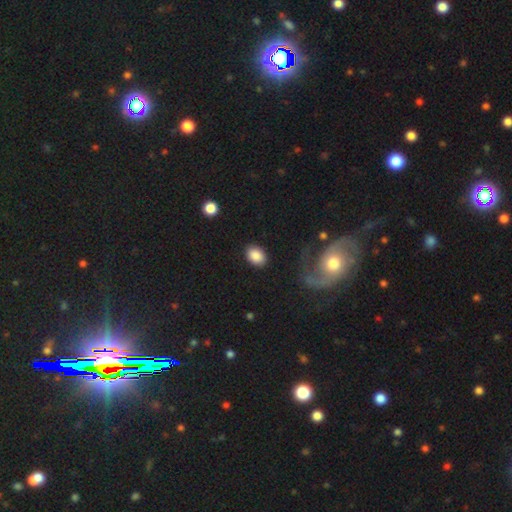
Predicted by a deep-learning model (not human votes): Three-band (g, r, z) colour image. It shows a smooth galaxy with no disk features (87%) that is in between round and cigar-shaped (77%). Merging: none (85%).